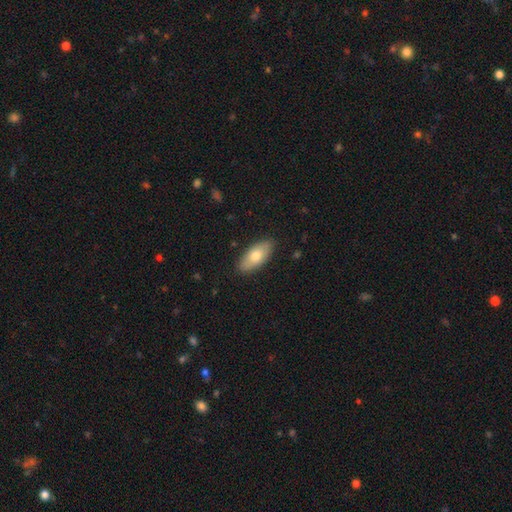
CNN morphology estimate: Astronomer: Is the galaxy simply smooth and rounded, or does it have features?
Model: smooth — 72%.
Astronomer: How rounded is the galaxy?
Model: in between — 89%.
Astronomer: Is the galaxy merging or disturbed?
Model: none — 87%.